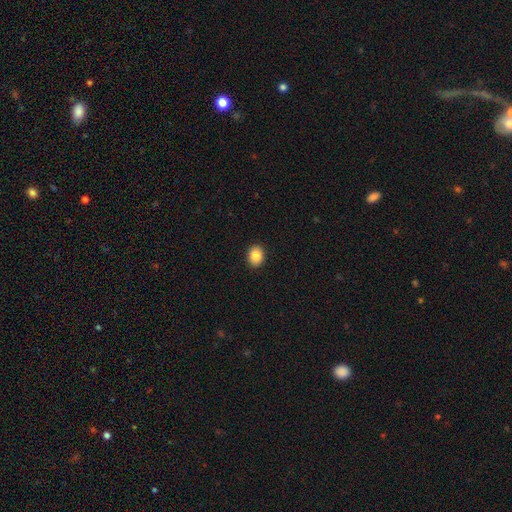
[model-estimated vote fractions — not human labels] Q: Smooth or featured?
A: smooth (85%); runner-up: star or artifact (9%)
Q: How rounded?
A: in between (51%); runner-up: round (48%)
Q: Merging?
A: none (92%); runner-up: minor disturbance (6%)